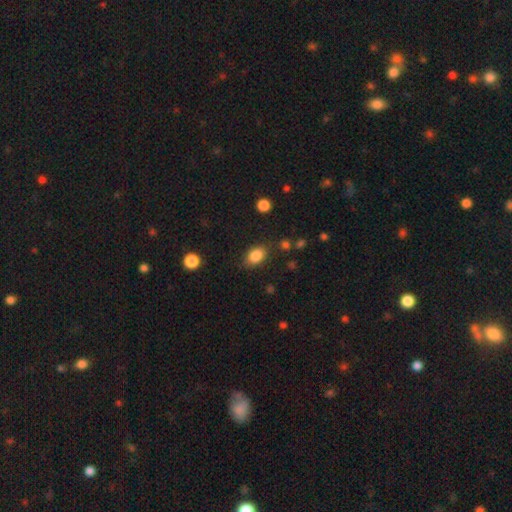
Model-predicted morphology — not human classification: Smooth or featured? smooth (85%)
How rounded? in between (80%)
Merging? none (81%)